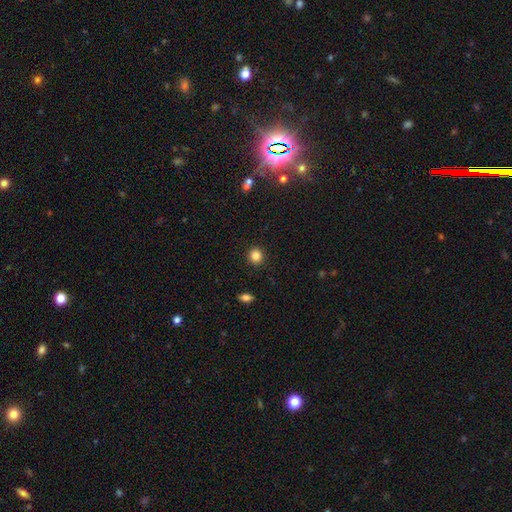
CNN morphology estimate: Smooth or featured? Predicted: smooth (p=0.84). How rounded? Predicted: round (p=0.87). Merging? Predicted: none (p=0.92).